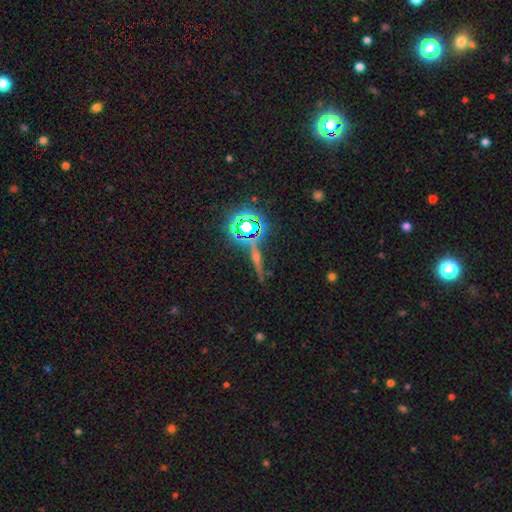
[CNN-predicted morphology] A star or artifact, not a galaxy (48%).

Vote fractions:
- Smooth or featured? star or artifact: 48% / featured or disk: 33% / smooth: 18%